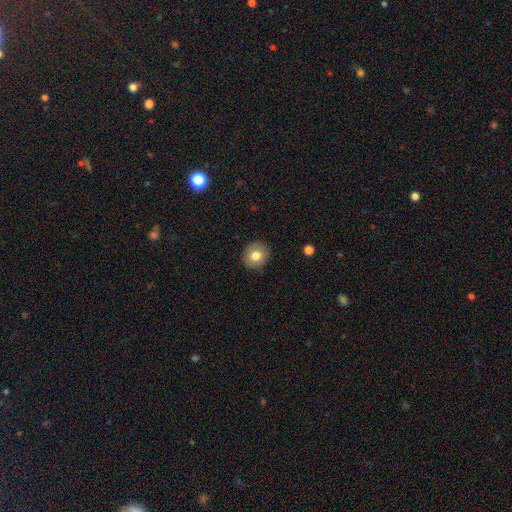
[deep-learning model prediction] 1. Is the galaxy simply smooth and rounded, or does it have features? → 79% smooth, 12% featured or disk, 9% star or artifact.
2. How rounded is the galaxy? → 81% round, 18% in between, 1% cigar-shaped.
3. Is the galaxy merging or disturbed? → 89% none, 8% minor disturbance, 2% major disturbance, 1% merger.